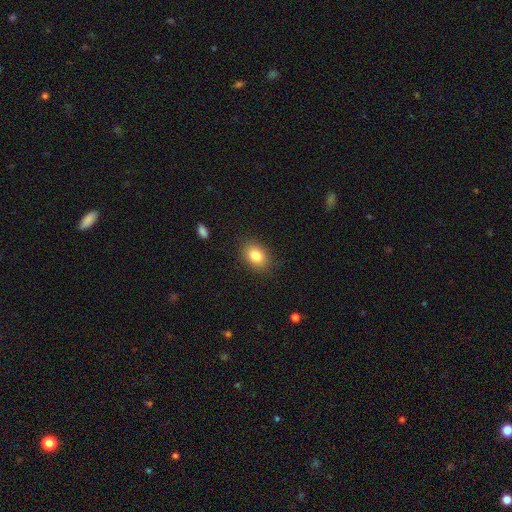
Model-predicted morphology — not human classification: smooth 83%, star or artifact 9%, featured or disk 8%. Down the decision tree: how rounded — in between (76%); merging — none (87%).